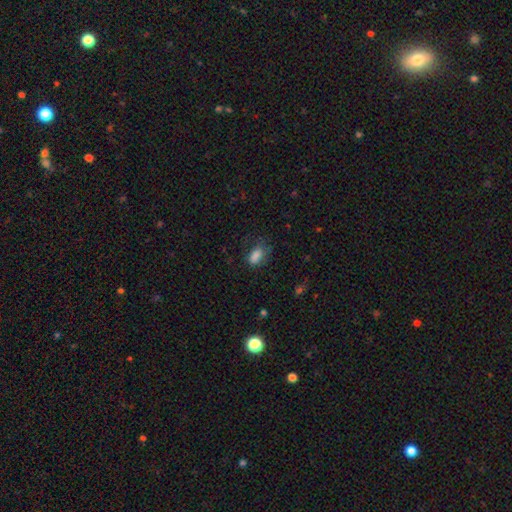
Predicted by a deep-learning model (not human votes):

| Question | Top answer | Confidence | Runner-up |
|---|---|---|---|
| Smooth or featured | smooth | 82% | star or artifact (10%) |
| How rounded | in between | 88% | round (8%) |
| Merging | none | 54% | minor disturbance (27%) |